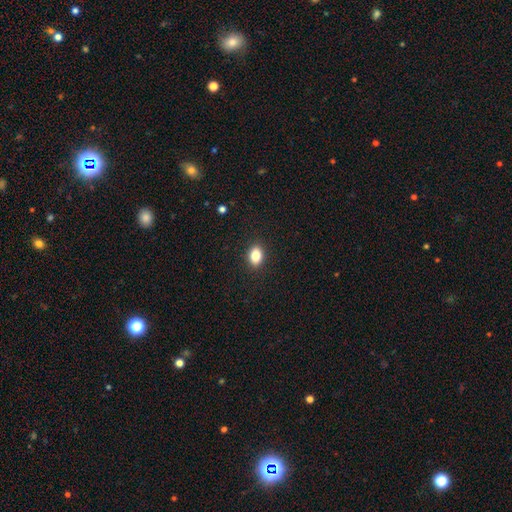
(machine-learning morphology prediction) smooth_or_featured: smooth (p=0.85) [alt: star or artifact p=0.09]
how_rounded: in between (p=0.77) [alt: round p=0.22]
merging: none (p=0.90) [alt: minor disturbance p=0.07]